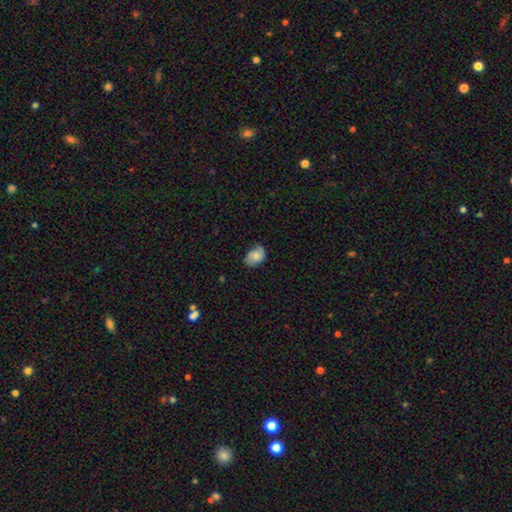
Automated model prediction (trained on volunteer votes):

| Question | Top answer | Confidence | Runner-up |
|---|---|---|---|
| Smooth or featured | smooth | 69% | featured or disk (23%) |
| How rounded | in between | 73% | round (26%) |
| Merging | none | 67% | minor disturbance (27%) |